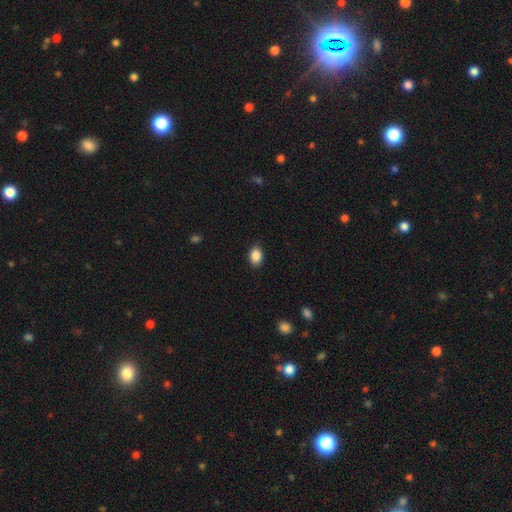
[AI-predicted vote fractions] This appears to be a smooth galaxy with no disk features (88%) that is in between round and cigar-shaped (79%). Merging: none (88%).